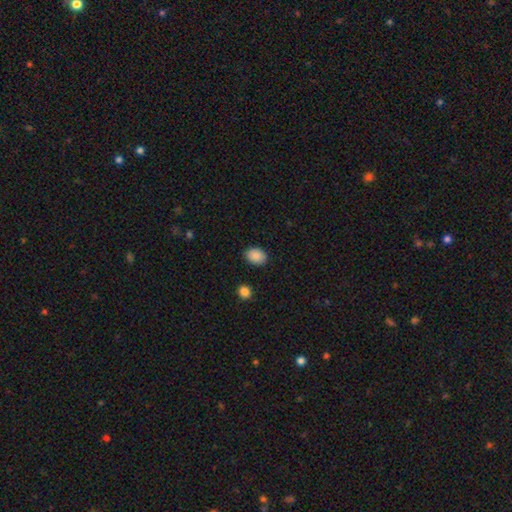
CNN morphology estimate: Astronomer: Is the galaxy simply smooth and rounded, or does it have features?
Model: smooth — 89%.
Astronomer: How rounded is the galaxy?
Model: in between — 75%.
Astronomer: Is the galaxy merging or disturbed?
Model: none — 88%.